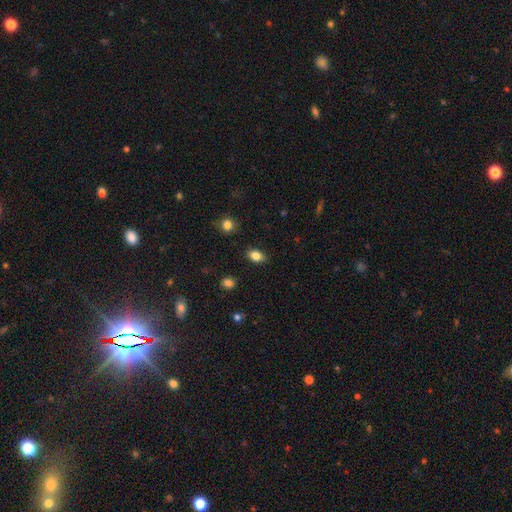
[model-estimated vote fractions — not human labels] The model was most divided on "how rounded": in between: 82%, round: 17%, cigar-shaped: 2%. More confident: merging — none (86%); smooth or featured — smooth (84%).